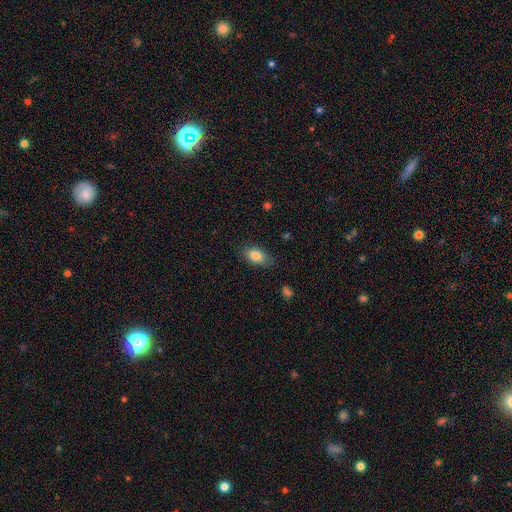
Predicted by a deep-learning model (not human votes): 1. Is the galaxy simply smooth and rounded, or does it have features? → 84% smooth, 8% featured or disk, 8% star or artifact.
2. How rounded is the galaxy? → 89% in between, 8% round, 3% cigar-shaped.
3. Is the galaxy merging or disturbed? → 83% none, 13% minor disturbance, 3% major disturbance, 1% merger.